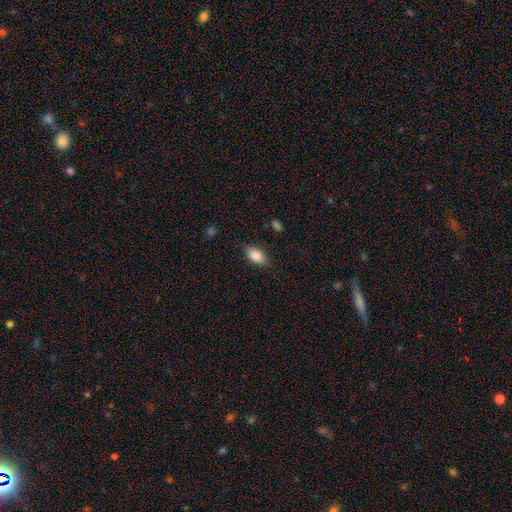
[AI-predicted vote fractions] smooth_or_featured: smooth (p=0.82) [alt: featured or disk p=0.10]
how_rounded: in between (p=0.89) [alt: round p=0.06]
merging: none (p=0.80) [alt: minor disturbance p=0.15]